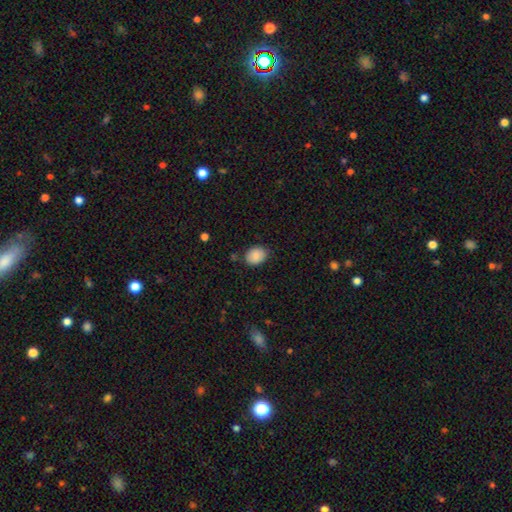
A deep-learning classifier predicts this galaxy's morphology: smooth_or_featured: smooth (p=0.87) [alt: star or artifact p=0.08]
how_rounded: in between (p=0.57) [alt: round p=0.43]
merging: none (p=0.80) [alt: minor disturbance p=0.15]